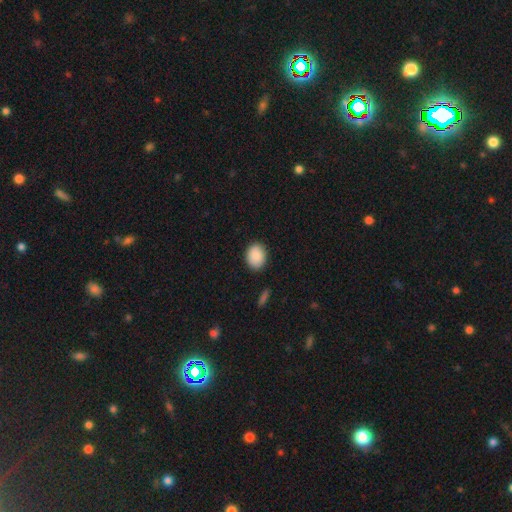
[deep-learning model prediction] Q: Smooth or featured?
A: smooth (89%); runner-up: star or artifact (7%)
Q: How rounded?
A: in between (58%); runner-up: round (41%)
Q: Merging?
A: none (87%); runner-up: minor disturbance (10%)